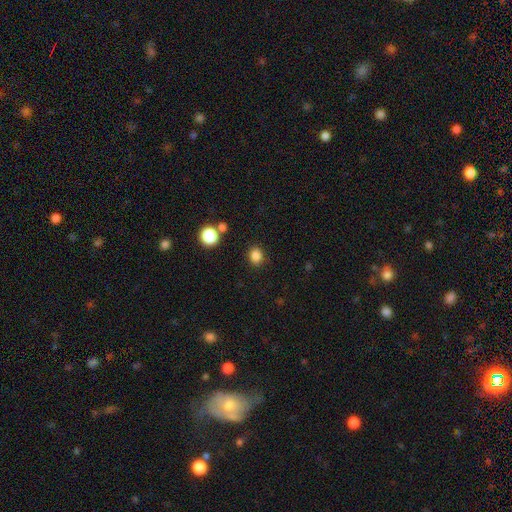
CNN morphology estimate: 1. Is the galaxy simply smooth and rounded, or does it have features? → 84% smooth, 12% star or artifact, 4% featured or disk.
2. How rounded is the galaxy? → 64% round, 35% in between, 1% cigar-shaped.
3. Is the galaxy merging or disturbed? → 87% none, 8% minor disturbance, 3% merger, 3% major disturbance.